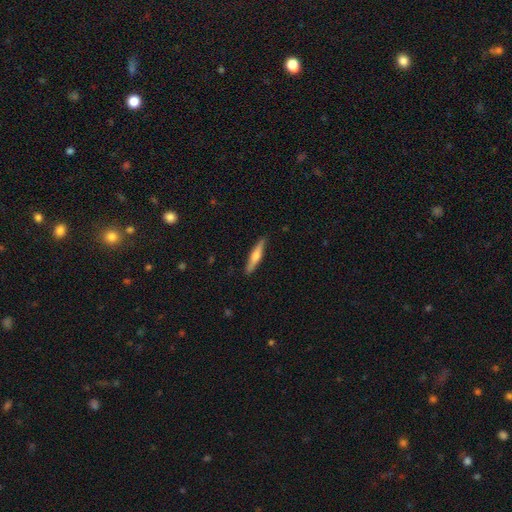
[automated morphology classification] type=smooth (49%); merging=none (89%).